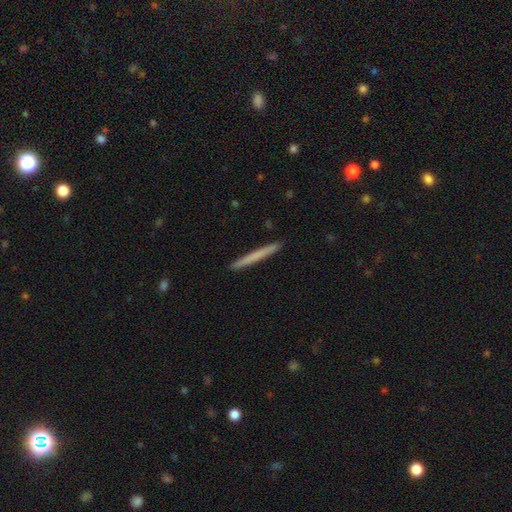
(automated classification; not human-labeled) Smooth or featured? Predicted: smooth (p=0.66). How rounded? Predicted: cigar-shaped (p=0.97). Merging? Predicted: none (p=0.93).